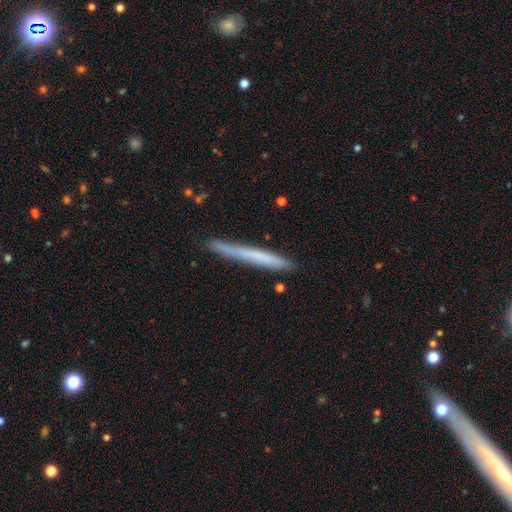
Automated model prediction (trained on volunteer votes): This is possibly a smooth galaxy (59%). How rounded: clearly cigar-shaped (97%). Merging: clearly none (84%).